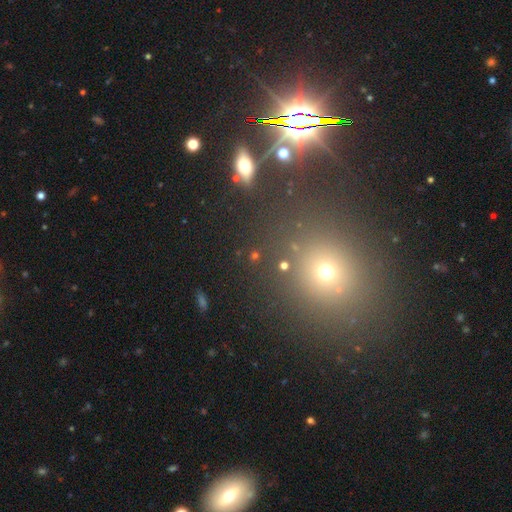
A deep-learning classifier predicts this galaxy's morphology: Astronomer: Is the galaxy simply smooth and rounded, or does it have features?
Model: smooth — 45% (runner-up: star or artifact, 40%).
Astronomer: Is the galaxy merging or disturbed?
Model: none — 82%.